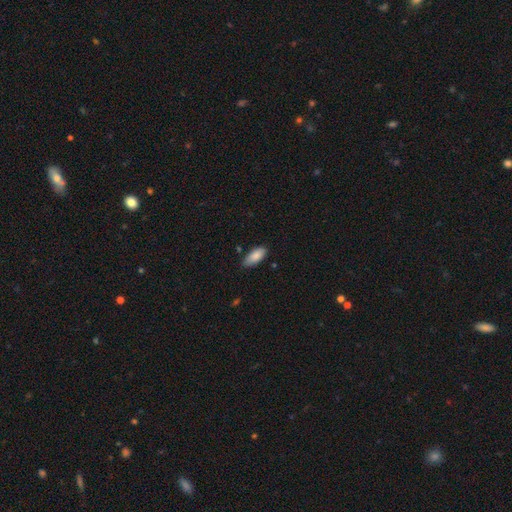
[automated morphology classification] Smooth or featured?
  - smooth: 87% *
  - featured or disk: 7%
  - star or artifact: 6%
How rounded?
  - in between: 87% *
  - cigar-shaped: 11%
  - round: 2%
Merging?
  - none: 77% *
  - minor disturbance: 18%
  - major disturbance: 3%
  - merger: 2%